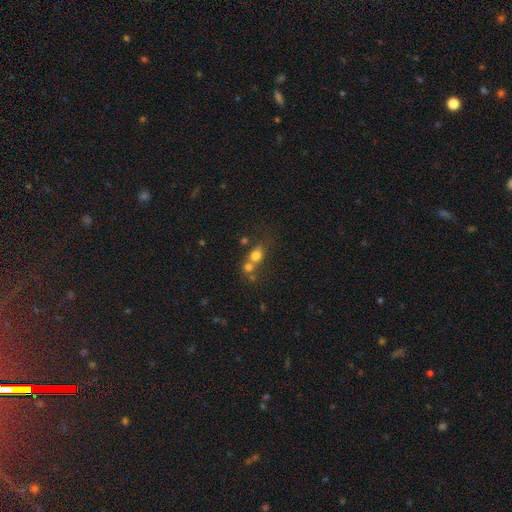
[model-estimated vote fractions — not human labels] Smooth or featured? Predicted: smooth (p=0.70). How rounded? Predicted: round (p=0.63). Merging? Predicted: merger (p=0.53).